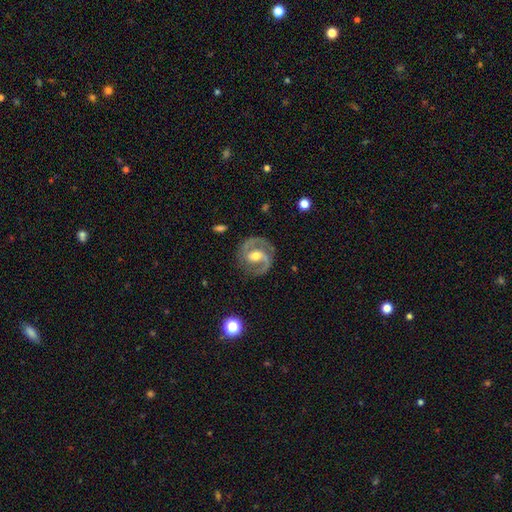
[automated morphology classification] A featured or disk galaxy (89%) with a weak bar (44%), 2 (92%) medium (54%) spiral arms (96%) and a moderate central bulge (69%).

Vote fractions:
- Smooth or featured? featured or disk: 89% / smooth: 6% / star or artifact: 5%
- Edge-on disk? no: 98% / yes: 2%
- Bar? weak: 44% / no: 28% / strong: 28%
- Spiral arms? yes: 96% / no: 4%
- Spiral winding? medium: 54% / tight: 33% / loose: 12%
- Spiral arm count? 2: 92% / can't tell: 3% / 1: 2% / 3: 1% / 4: 1% / more than 4: 1%
- Bulge size? moderate: 69% / small: 24% / large: 5% / none: 1% / dominant: 1%
- Merging? none: 84% / minor disturbance: 10% / major disturbance: 4% / merger: 1%